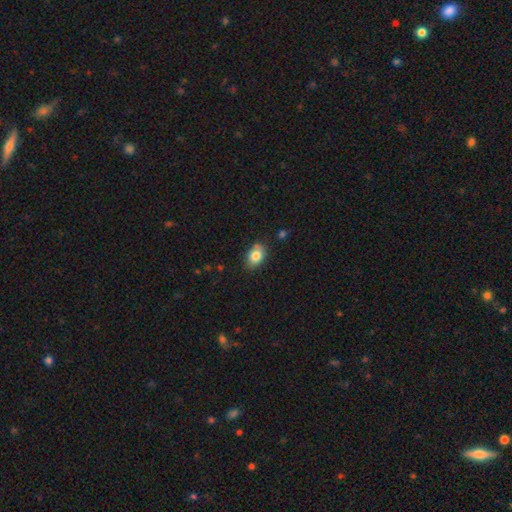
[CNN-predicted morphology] This appears to be a smooth galaxy with no disk features (83%) that is in between round and cigar-shaped (82%). Merging: none (80%).